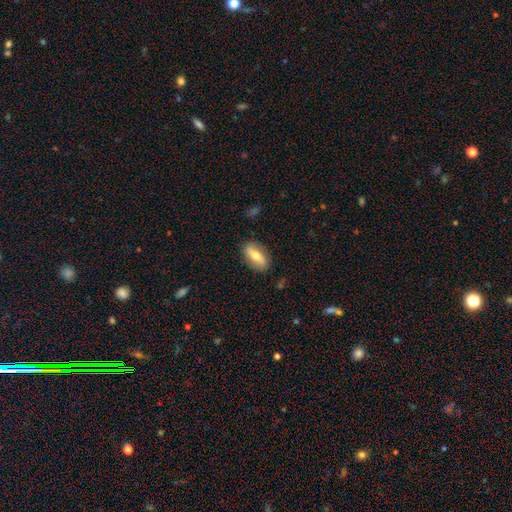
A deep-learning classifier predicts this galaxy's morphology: smooth 56%, featured or disk 38%, star or artifact 6%. Down the decision tree: how rounded — in between (80%); merging — none (85%).